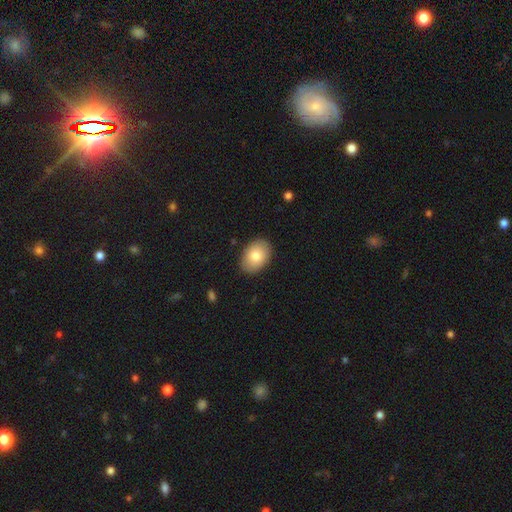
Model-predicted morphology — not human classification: type=smooth (82%); roundness=in between (83%); merging=none (88%).